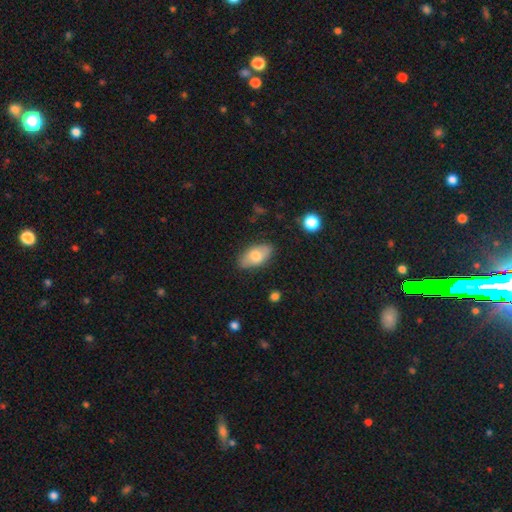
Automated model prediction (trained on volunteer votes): smooth 69%, featured or disk 24%, star or artifact 7%. Down the decision tree: how rounded — in between (92%); merging — none (82%).